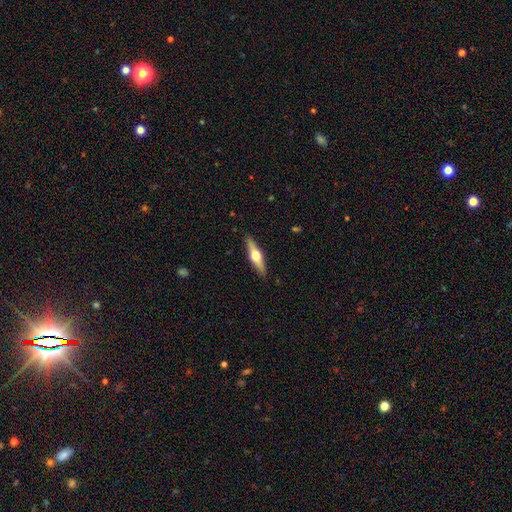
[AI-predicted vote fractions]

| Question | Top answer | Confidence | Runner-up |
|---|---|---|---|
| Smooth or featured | featured or disk | 63% | smooth (32%) |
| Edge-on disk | yes | 95% | no (5%) |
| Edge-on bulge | rounded | 95% | boxy (3%) |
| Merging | none | 89% | minor disturbance (8%) |